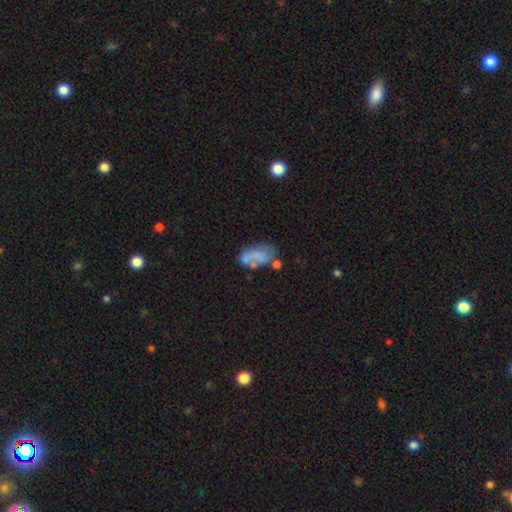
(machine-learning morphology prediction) This is possibly a smooth galaxy (56%). How rounded: clearly in between (89%). Merging: marginally none (36%).